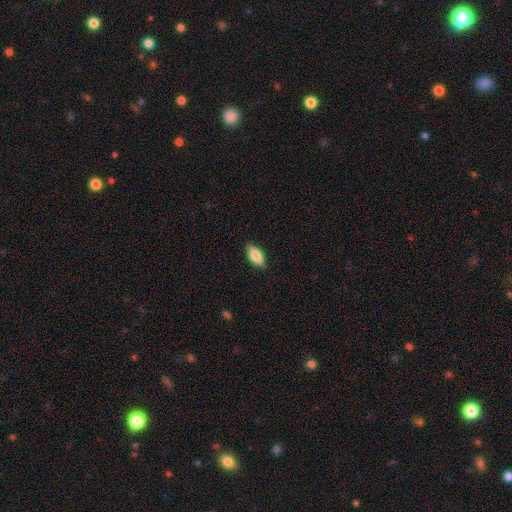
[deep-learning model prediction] The model was most divided on "smooth or featured": smooth: 73%, featured or disk: 20%, star or artifact: 7%. More confident: merging — none (85%); how rounded — in between (77%).